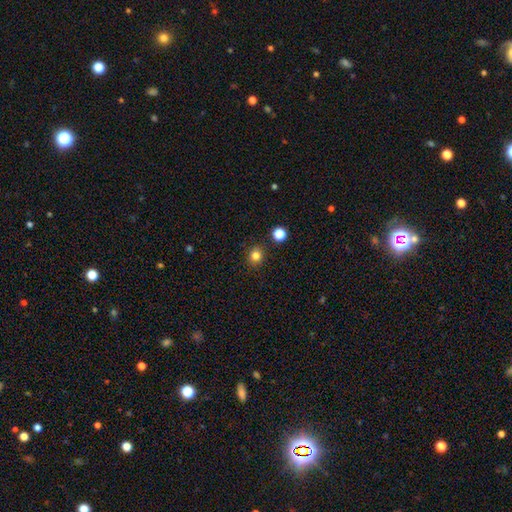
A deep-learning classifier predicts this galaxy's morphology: This is clearly a smooth galaxy (81%). How rounded: clearly round (84%). Merging: clearly none (88%).